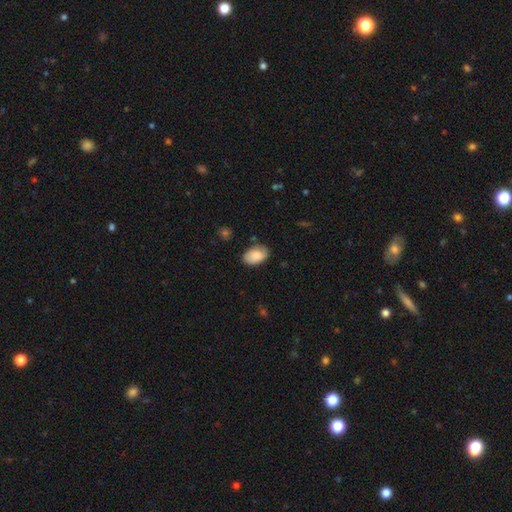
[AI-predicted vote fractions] A smooth galaxy with no disk features (84%) that is in between round and cigar-shaped (91%). Merging: none (75%).